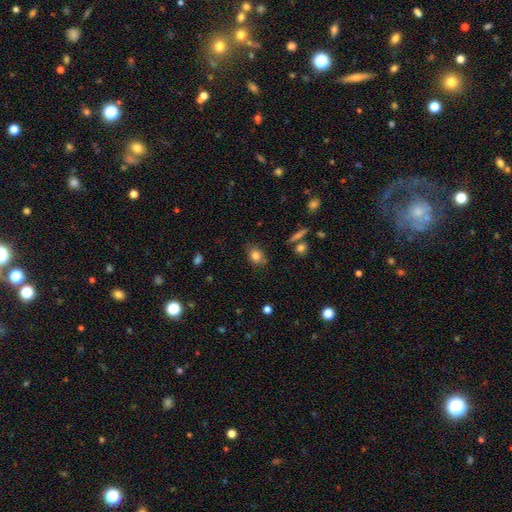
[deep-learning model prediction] Smooth or featured: smooth — 82% (star or artifact — 10%)
How rounded: in between — 57% (round — 41%)
Merging: none — 78% (minor disturbance — 15%)